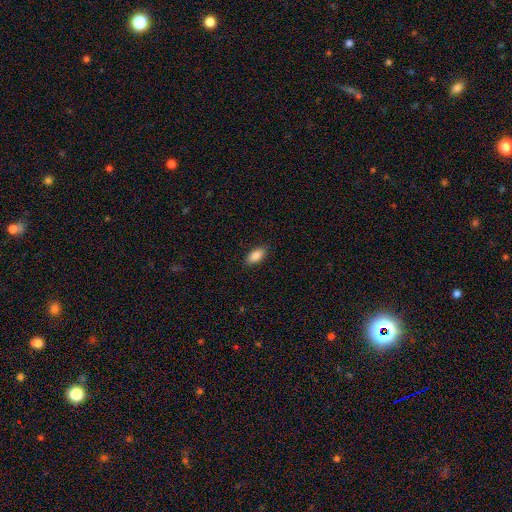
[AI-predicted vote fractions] smooth_or_featured: smooth (p=0.87) [alt: star or artifact p=0.07]
how_rounded: in between (p=0.91) [alt: cigar-shaped p=0.06]
merging: none (p=0.88) [alt: minor disturbance p=0.09]